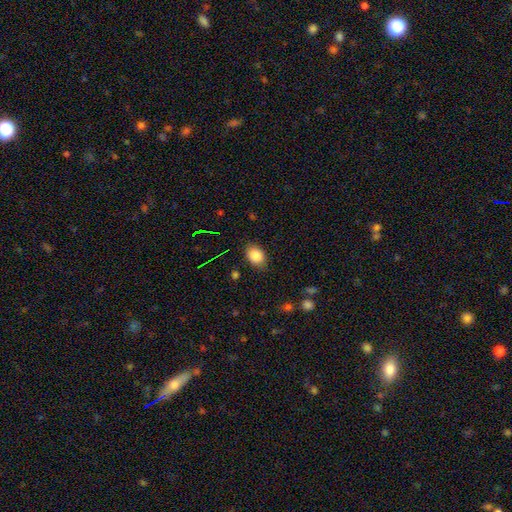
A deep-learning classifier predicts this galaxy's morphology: smooth-or-featured: smooth: 85% | star or artifact: 9% | featured or disk: 5%
  how-rounded: in between: 73% | round: 26% | cigar-shaped: 1%
  merging: none: 81% | minor disturbance: 14% | major disturbance: 3% | merger: 1%